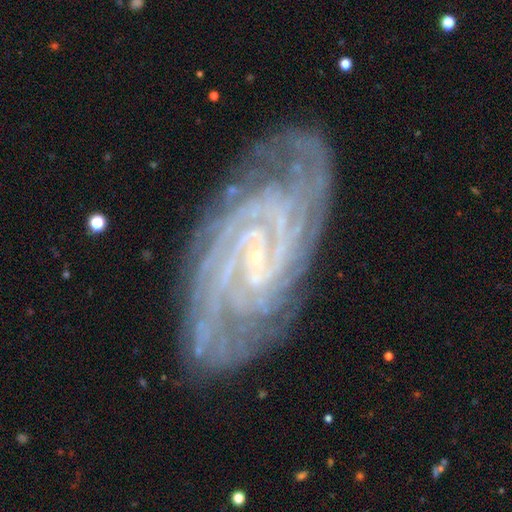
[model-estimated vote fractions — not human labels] featured or disk 91%, star or artifact 5%, smooth 4%. Down the decision tree: edge-on disk — no (97%); bar — no (41%); spiral arms — yes (99%); spiral arm count — 2 (29%); spiral winding — tight (77%); bulge size — small (86%); merging — none (80%).